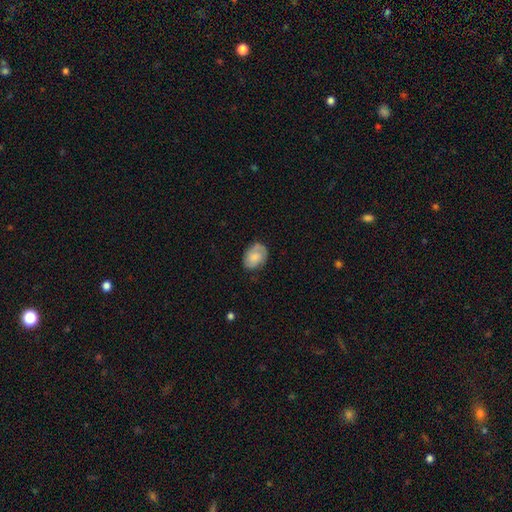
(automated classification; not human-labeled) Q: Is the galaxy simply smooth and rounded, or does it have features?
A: smooth — 56%.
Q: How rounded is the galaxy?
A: in between — 77%.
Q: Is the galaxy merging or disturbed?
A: none — 71%.